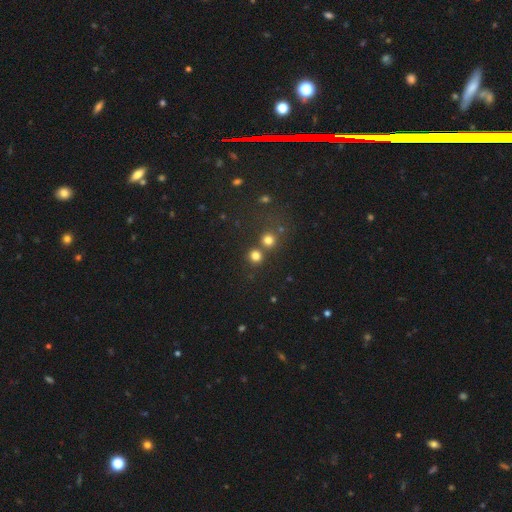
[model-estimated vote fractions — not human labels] This appears to be a smooth galaxy with no disk features (76%) that is round (91%). Merging: none (69%).